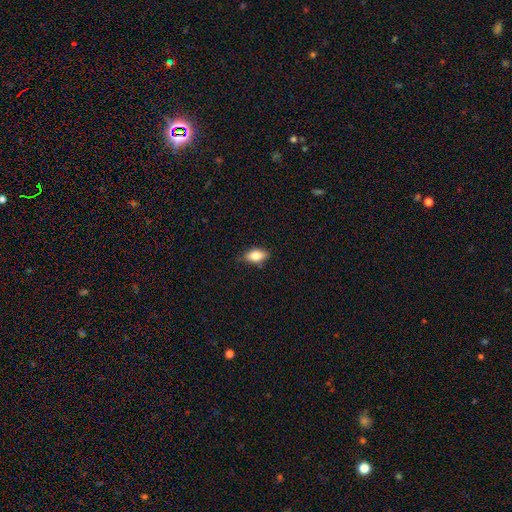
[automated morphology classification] Smooth or featured? Predicted: smooth (p=0.80). How rounded? Predicted: in between (p=0.87). Merging? Predicted: none (p=0.79).